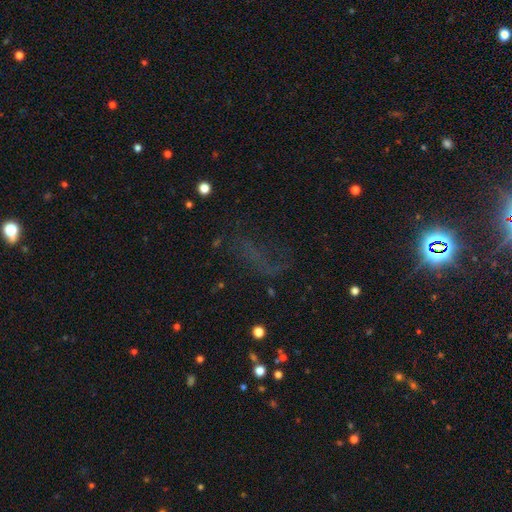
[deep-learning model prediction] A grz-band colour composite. It shows a star or artifact, not a galaxy (51%).